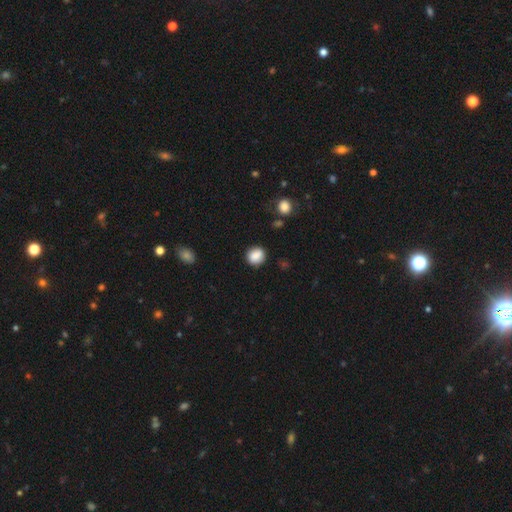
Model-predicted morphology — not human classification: Smooth or featured? Predicted: smooth (p=0.87). How rounded? Predicted: round (p=0.75). Merging? Predicted: none (p=0.83).